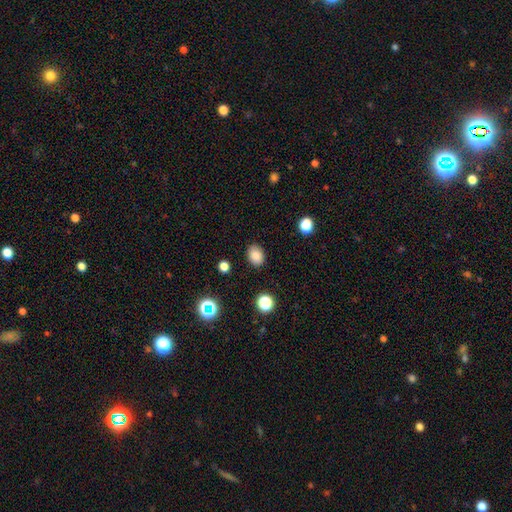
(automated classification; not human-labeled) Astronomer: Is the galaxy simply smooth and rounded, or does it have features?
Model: smooth — 84%.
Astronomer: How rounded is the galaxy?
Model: in between — 65%.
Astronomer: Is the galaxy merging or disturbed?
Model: none — 87%.